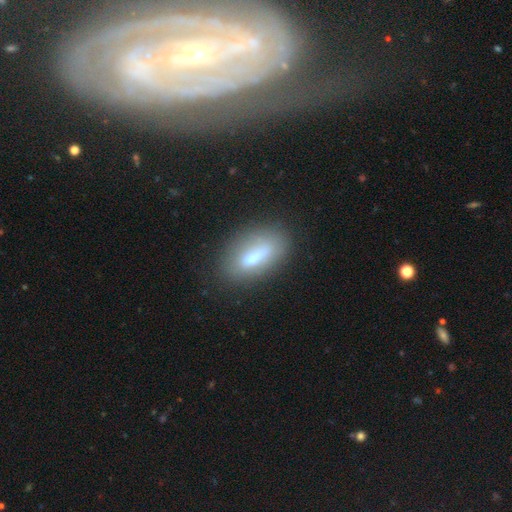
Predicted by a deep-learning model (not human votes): Smooth or featured: smooth — 61% (featured or disk — 30%)
How rounded: in between — 78% (cigar-shaped — 17%)
Merging: none — 74% (minor disturbance — 17%)